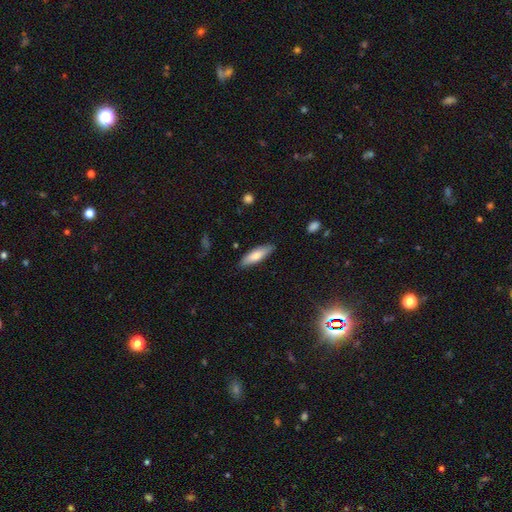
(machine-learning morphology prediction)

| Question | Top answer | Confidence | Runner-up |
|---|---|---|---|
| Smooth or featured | smooth | 75% | featured or disk (20%) |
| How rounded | cigar-shaped | 59% | in between (39%) |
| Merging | none | 87% | minor disturbance (10%) |